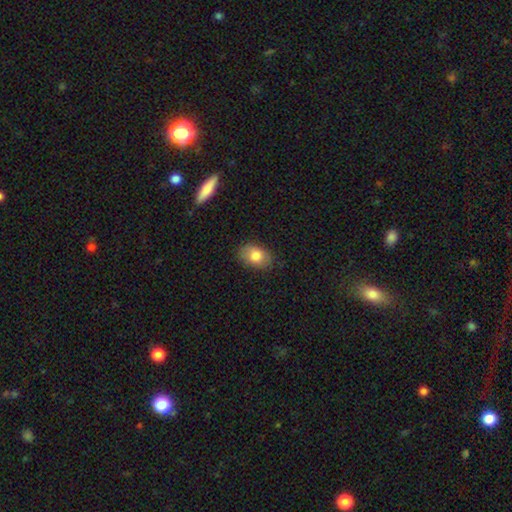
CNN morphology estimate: Smooth or featured? Predicted: smooth (p=0.80). How rounded? Predicted: in between (p=0.81). Merging? Predicted: none (p=0.81).